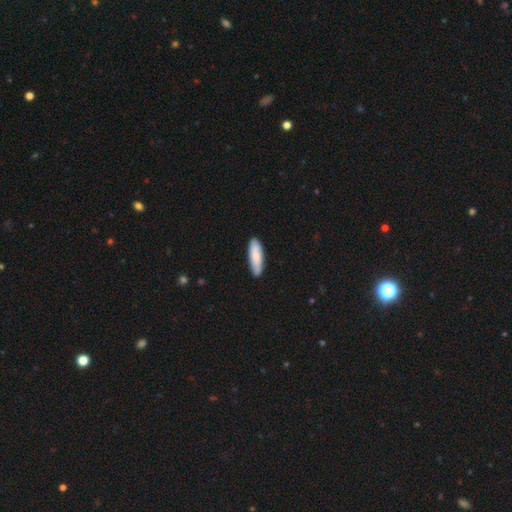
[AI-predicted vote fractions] smooth-or-featured: smooth: 75% | featured or disk: 20% | star or artifact: 5%
  how-rounded: in between: 49% (tied) | cigar-shaped: 49% (tied) | round: 2%
  merging: none: 86% | minor disturbance: 11% | major disturbance: 2% | merger: 1%